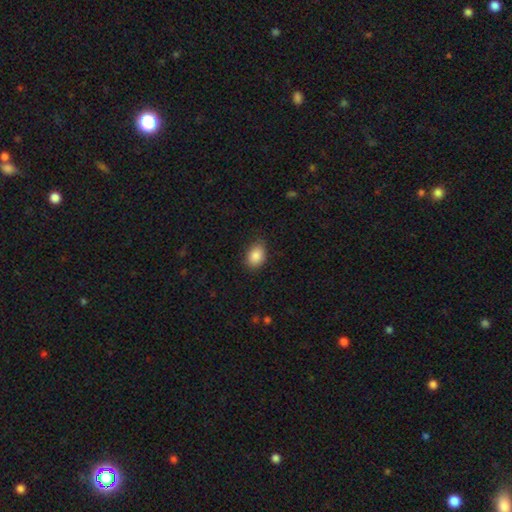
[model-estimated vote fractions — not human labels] Overall: smooth (88%). How rounded: in between (77%). Merging: none (79%).